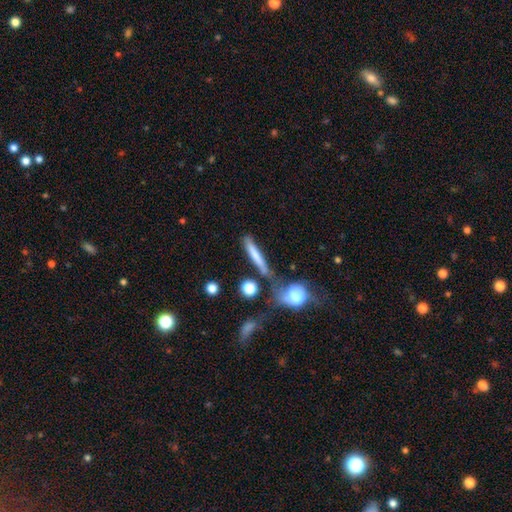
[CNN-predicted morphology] smooth_or_featured: smooth (p=0.67) [alt: featured or disk p=0.25]
how_rounded: cigar-shaped (p=0.85) [alt: in between p=0.10]
merging: none (p=0.57) [alt: merger p=0.18]